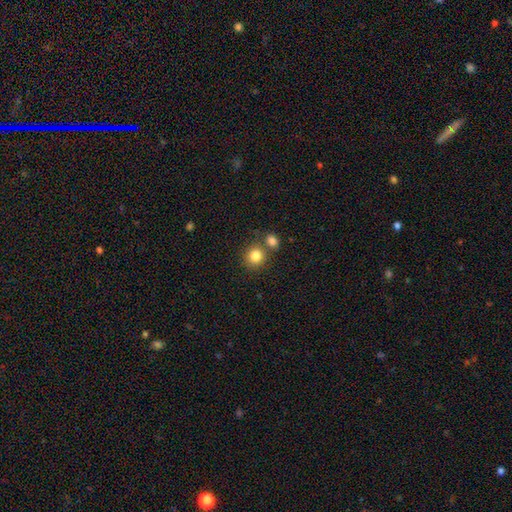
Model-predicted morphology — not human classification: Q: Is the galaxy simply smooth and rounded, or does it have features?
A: smooth — 83%.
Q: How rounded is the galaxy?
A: round — 85%.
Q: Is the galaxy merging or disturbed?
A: none — 64%.